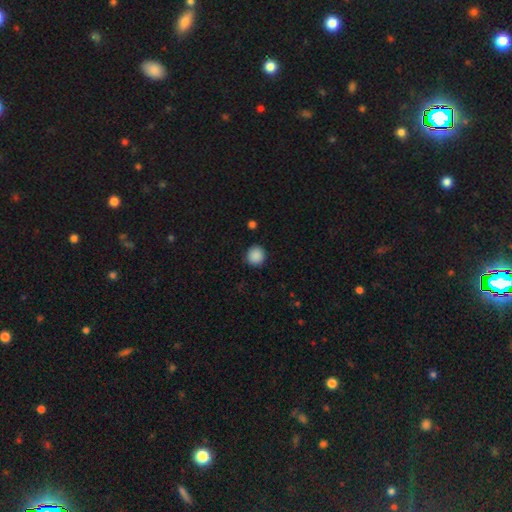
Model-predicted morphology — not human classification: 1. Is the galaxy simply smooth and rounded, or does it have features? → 89% smooth, 9% star or artifact, 3% featured or disk.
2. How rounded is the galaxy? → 92% round, 7% in between, 1% cigar-shaped.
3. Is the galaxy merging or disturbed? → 90% none, 7% minor disturbance, 2% major disturbance, 1% merger.